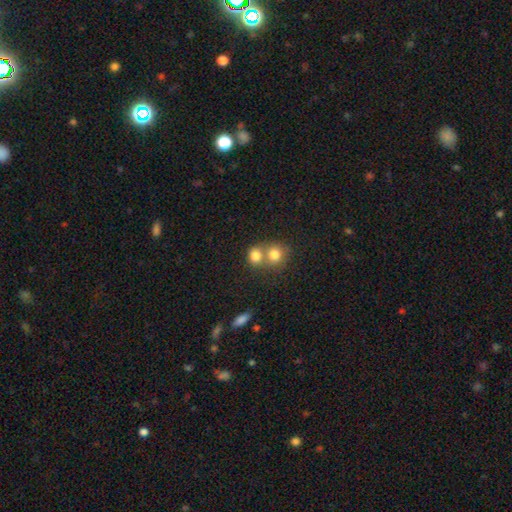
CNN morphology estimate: A smooth galaxy with no disk features (80%) that is round (71%).

Vote fractions:
- Smooth or featured? smooth: 80% / star or artifact: 10% / featured or disk: 9%
- How rounded? round: 71% / in between: 28% / cigar-shaped: 1%
- Merging? merger: 55% / none: 36% / minor disturbance: 7% / major disturbance: 3%